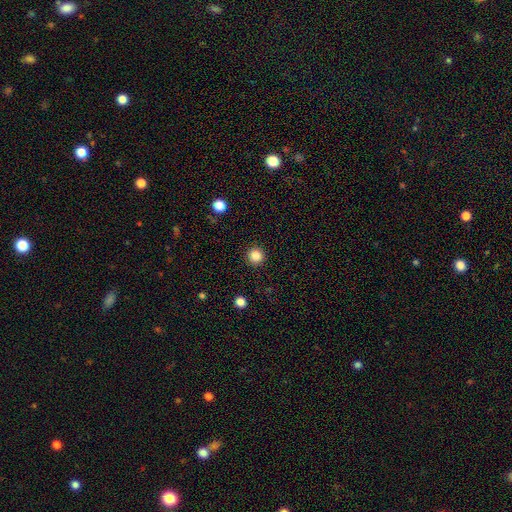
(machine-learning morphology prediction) Overall: smooth (85%). How rounded: round (96%). Merging: none (93%).